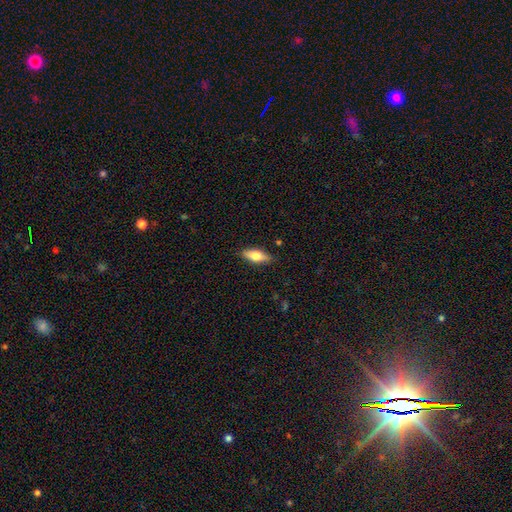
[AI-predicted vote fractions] The model was most divided on "how rounded": in between: 67%, cigar-shaped: 31%, round: 3%. More confident: merging — none (87%); smooth or featured — smooth (65%).